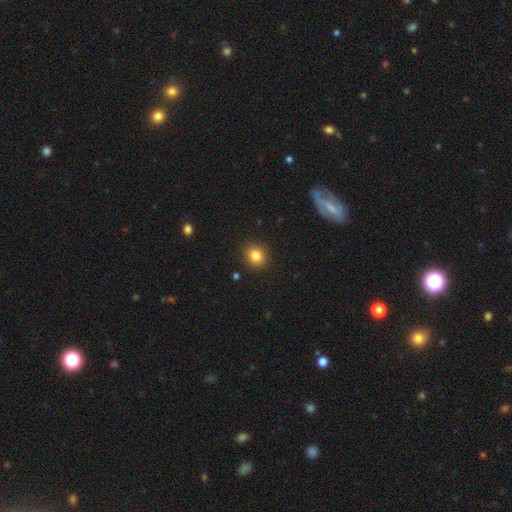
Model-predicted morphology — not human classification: smooth-or-featured: smooth: 84% | star or artifact: 10% | featured or disk: 5%
  how-rounded: round: 82% | in between: 17% | cigar-shaped: 1%
  merging: none: 91% | minor disturbance: 6% | major disturbance: 2% | merger: 1%